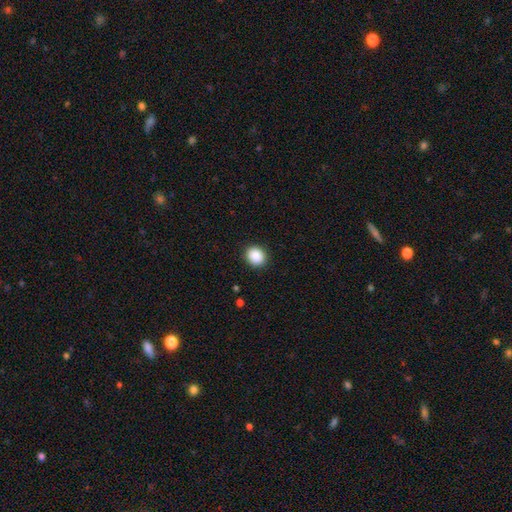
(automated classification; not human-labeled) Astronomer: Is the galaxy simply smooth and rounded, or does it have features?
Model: smooth — 89%.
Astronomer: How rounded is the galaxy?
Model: round — 74%.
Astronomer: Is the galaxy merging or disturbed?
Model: none — 91%.